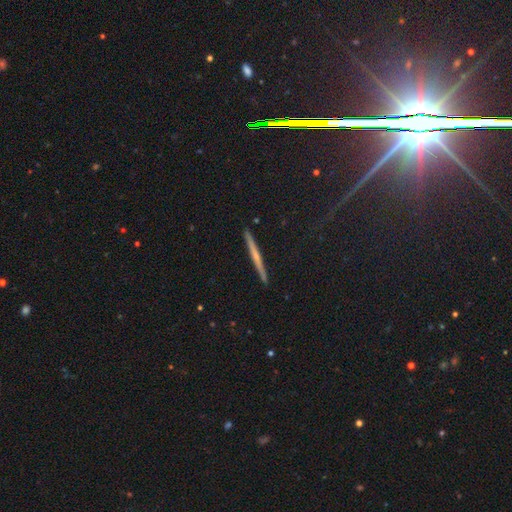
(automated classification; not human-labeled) Overall: featured or disk (59%; smooth 31%). Edge-on disk: yes (98%). Edge-on bulge: none (52%; rounded 41%). Merging: none (92%).